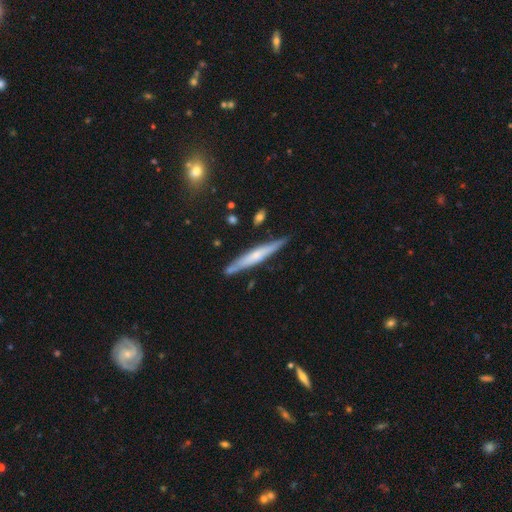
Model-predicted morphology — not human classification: smooth-or-featured: featured or disk: 55% | smooth: 39% | star or artifact: 6%
  disk-edge-on: yes: 93% | no: 7%
    edge-on-bulge: rounded: 48% | none: 42% | boxy: 10%
  merging: none: 82% | minor disturbance: 13% | merger: 3% | major disturbance: 2%